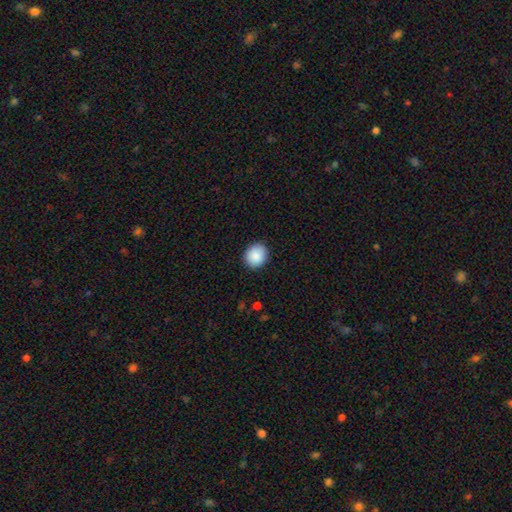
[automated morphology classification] smooth_or_featured: smooth (p=0.89) [alt: star or artifact p=0.07]
how_rounded: round (p=0.76) [alt: in between p=0.23]
merging: none (p=0.90) [alt: minor disturbance p=0.08]